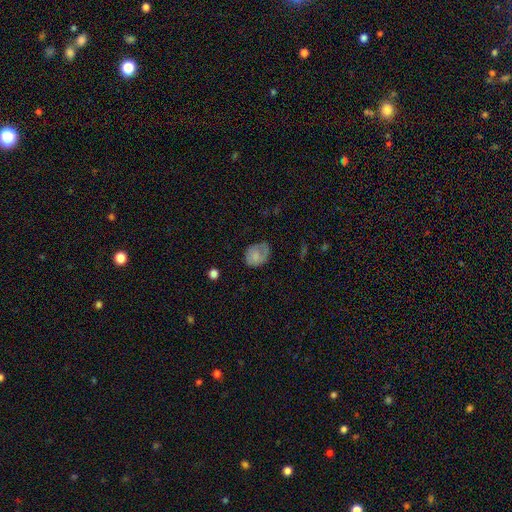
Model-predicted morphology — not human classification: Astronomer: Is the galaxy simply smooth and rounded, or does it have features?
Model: smooth — 69%.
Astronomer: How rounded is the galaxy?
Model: in between — 57% (runner-up: round, 42%).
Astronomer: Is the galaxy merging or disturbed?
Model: none — 52% (runner-up: minor disturbance, 30%).